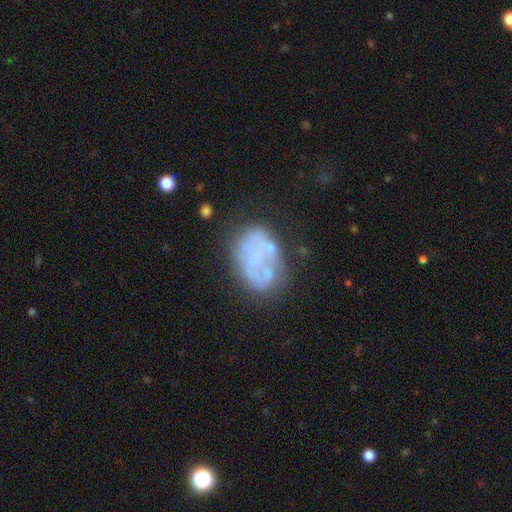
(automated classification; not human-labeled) Q: Smooth or featured?
A: featured or disk (53%); runner-up: smooth (35%)
Q: Edge-on disk?
A: no (97%); runner-up: yes (3%)
Q: Bar?
A: no (90%); runner-up: weak (7%)
Q: Spiral arms?
A: no (87%); runner-up: yes (13%)
Q: Bulge size?
A: none (73%); runner-up: small (16%)
Q: Merging?
A: none (54%); runner-up: minor disturbance (22%)